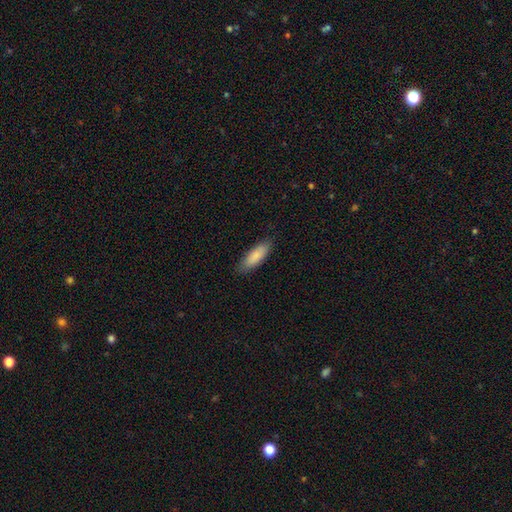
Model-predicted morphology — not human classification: Smooth or featured? Predicted: smooth (p=0.86). How rounded? Predicted: in between (p=0.57). Merging? Predicted: none (p=0.85).